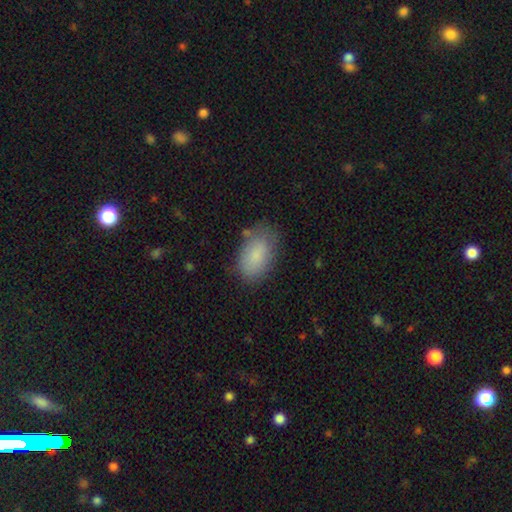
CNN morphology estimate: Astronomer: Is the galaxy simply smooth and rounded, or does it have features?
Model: smooth — 85%.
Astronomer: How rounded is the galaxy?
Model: in between — 92%.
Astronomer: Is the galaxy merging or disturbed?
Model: none — 73%.